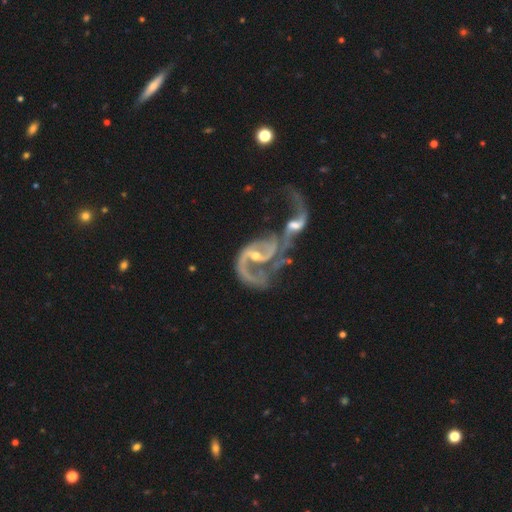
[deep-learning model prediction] A featured or disk galaxy (89%) with no bar (42%), 2 (73%) loose (45%) spiral arms (93%) and a small central bulge (54%). Merging: merger (70%).